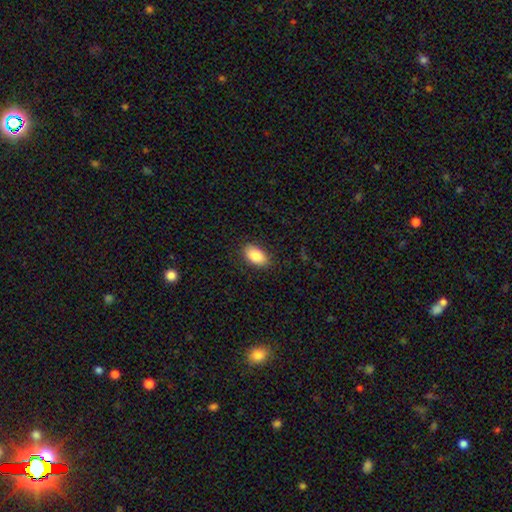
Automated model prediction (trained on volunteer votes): smooth-or-featured: smooth: 85% | featured or disk: 8% | star or artifact: 7%
  how-rounded: in between: 92% | round: 6% | cigar-shaped: 2%
  merging: none: 85% | minor disturbance: 11% | major disturbance: 3% | merger: 1%